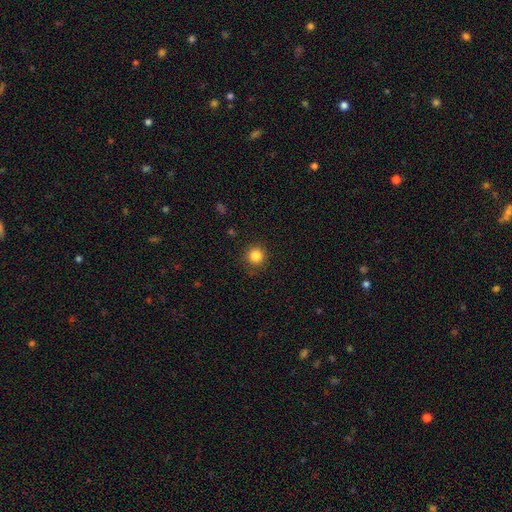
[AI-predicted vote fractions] Smooth or featured? smooth (85%)
How rounded? round (94%)
Merging? none (88%)